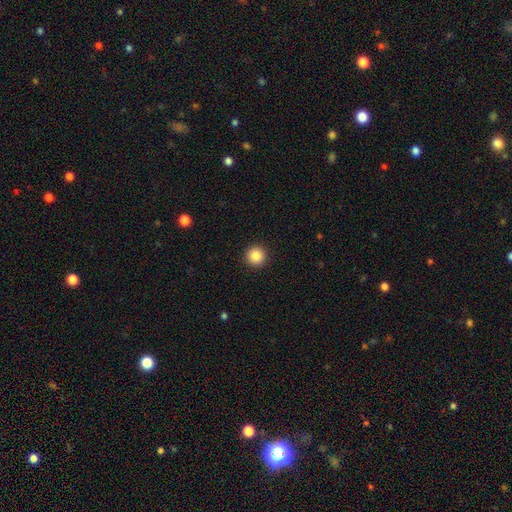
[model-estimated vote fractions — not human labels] Smooth or featured: smooth — 87% (star or artifact — 9%)
How rounded: round — 96% (in between — 3%)
Merging: none — 93% (minor disturbance — 4%)